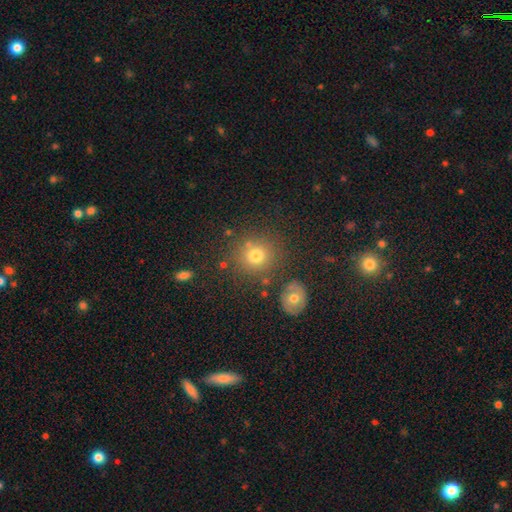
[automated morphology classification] type=smooth (75%); roundness=round (86%); merging=none (78%).